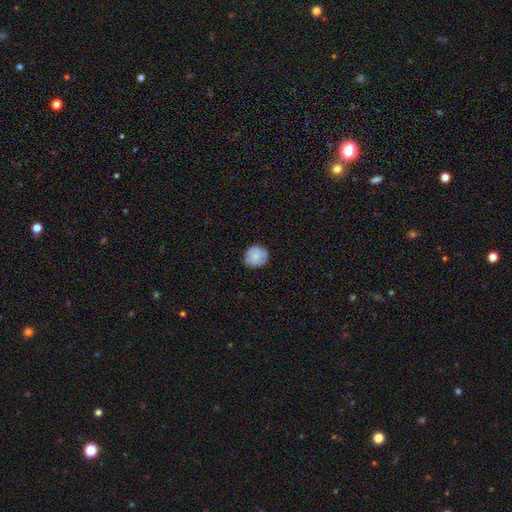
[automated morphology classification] The model was most divided on "smooth or featured": smooth: 76%, featured or disk: 17%, star or artifact: 7%. More confident: how rounded — round (84%); merging — none (82%).